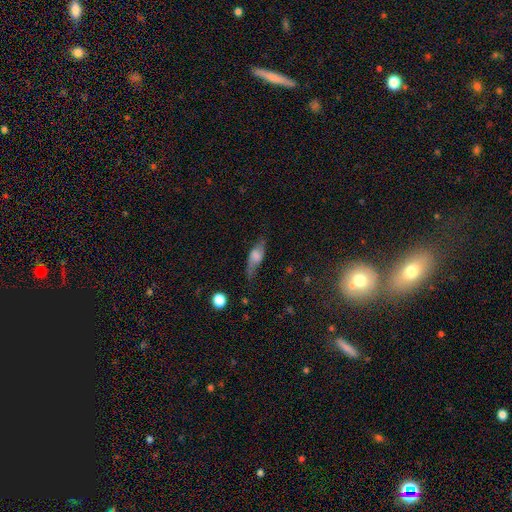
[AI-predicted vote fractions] Q: Smooth or featured?
A: smooth (49%); runner-up: featured or disk (42%)
Q: Merging?
A: none (61%); runner-up: minor disturbance (25%)